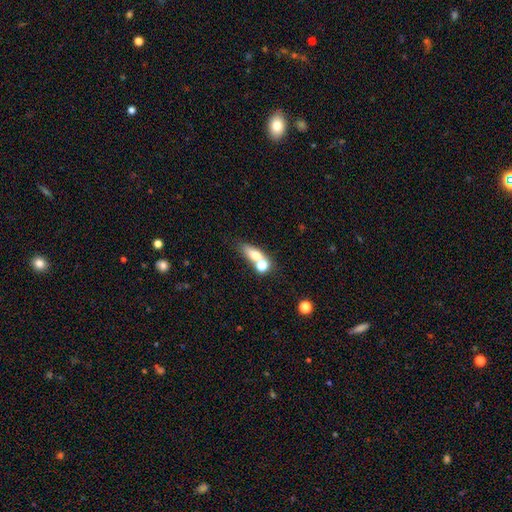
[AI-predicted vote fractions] Morphology: type=smooth (65%); roundness=in between (53%); merging=none (42%).